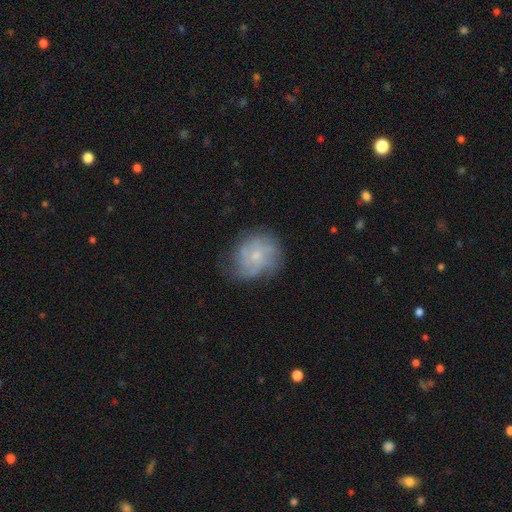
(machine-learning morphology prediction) type=featured or disk (57%); edge-on=no (98%); bar=no (80%); spiral arms=yes (79%); bulge=small (70%); merging=none (63%).